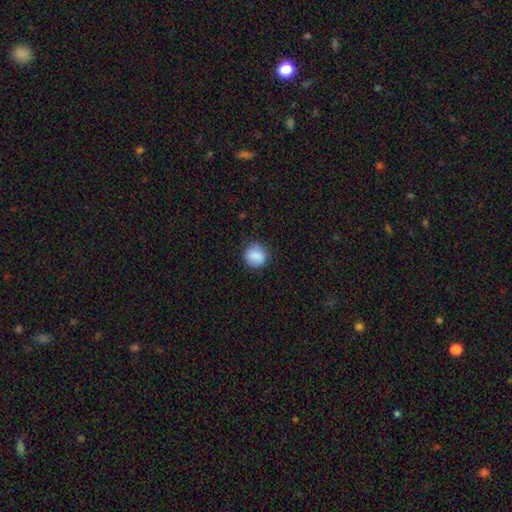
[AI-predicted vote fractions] smooth 87%, star or artifact 8%, featured or disk 5%. Down the decision tree: how rounded — round (84%); merging — none (84%).